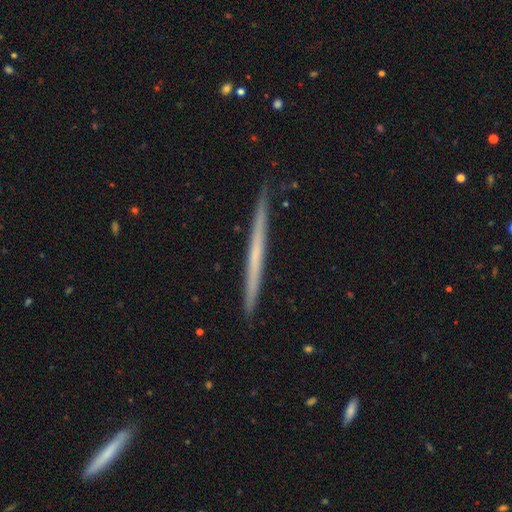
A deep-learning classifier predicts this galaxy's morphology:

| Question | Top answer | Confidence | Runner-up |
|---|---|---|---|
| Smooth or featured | featured or disk | 54% | smooth (41%) |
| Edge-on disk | yes | 98% | no (2%) |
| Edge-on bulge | none | 90% | rounded (7%) |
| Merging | none | 90% | minor disturbance (7%) |